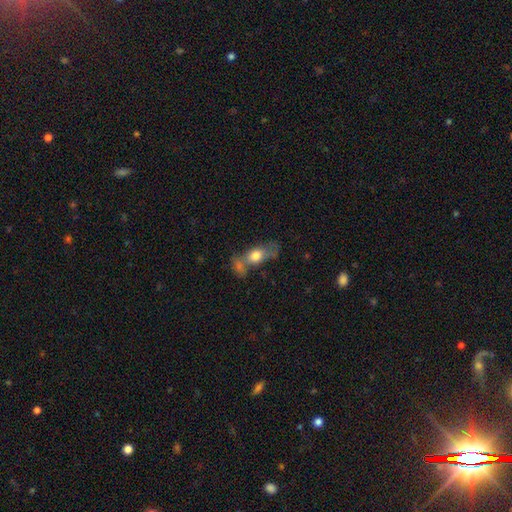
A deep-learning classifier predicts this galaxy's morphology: This is likely a smooth galaxy (68%). How rounded: likely in between (74%). Merging: marginally merger (39%).